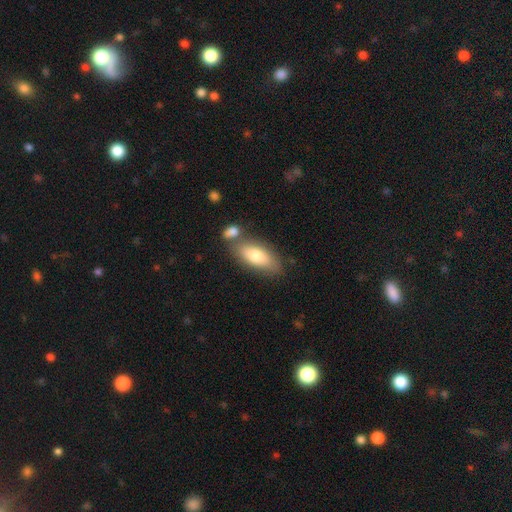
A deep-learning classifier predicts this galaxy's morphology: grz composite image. It shows a smooth galaxy with no disk features (78%) that is in between round and cigar-shaped (83%). Merging: none (62%).